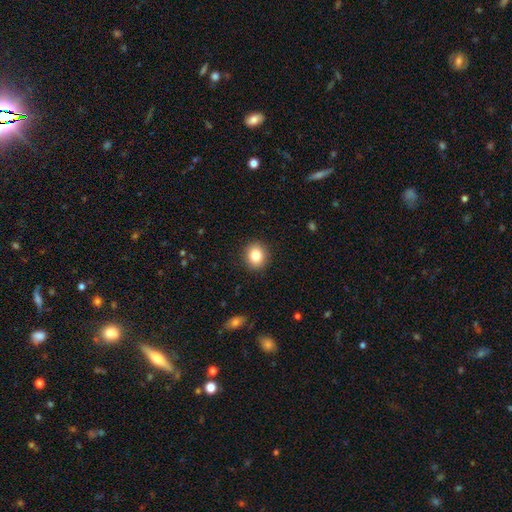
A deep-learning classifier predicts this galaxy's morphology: Smooth or featured? Predicted: smooth (p=0.83). How rounded? Predicted: round (p=0.76). Merging? Predicted: none (p=0.90).